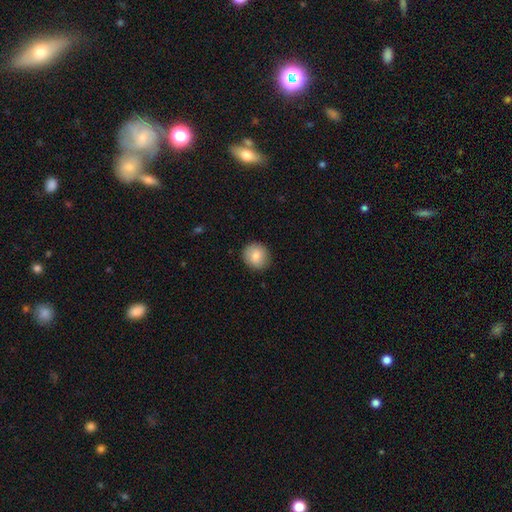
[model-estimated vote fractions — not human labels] smooth 84%, featured or disk 8%, star or artifact 7%. Down the decision tree: how rounded — round (86%); merging — none (89%).